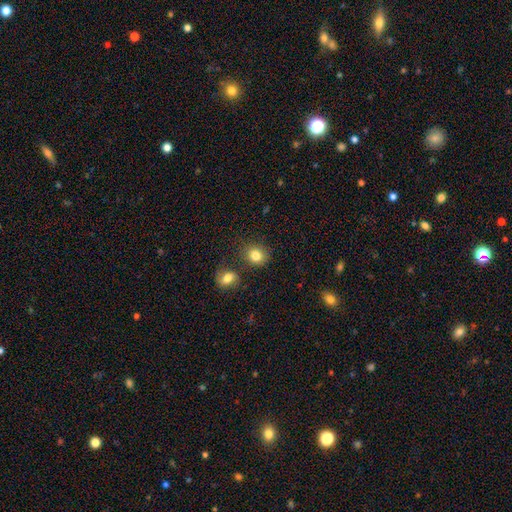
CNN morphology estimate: smooth 83%, star or artifact 10%, featured or disk 7%. Down the decision tree: how rounded — round (76%); merging — none (76%).